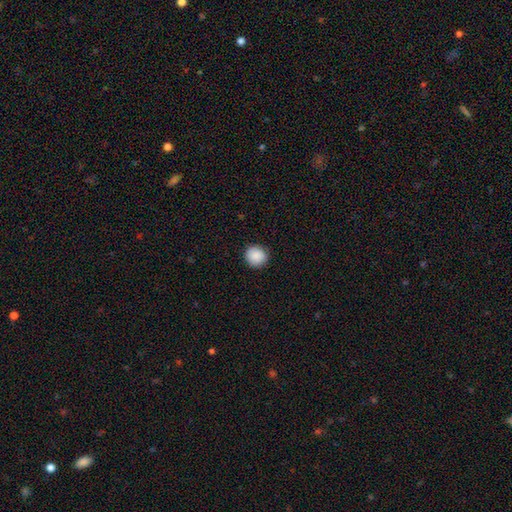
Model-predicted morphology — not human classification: smooth-or-featured: smooth: 89% | star or artifact: 8% | featured or disk: 3%
  how-rounded: round: 93% | in between: 7% | cigar-shaped: 1%
  merging: none: 91% | minor disturbance: 6% | major disturbance: 2% | merger: 1%